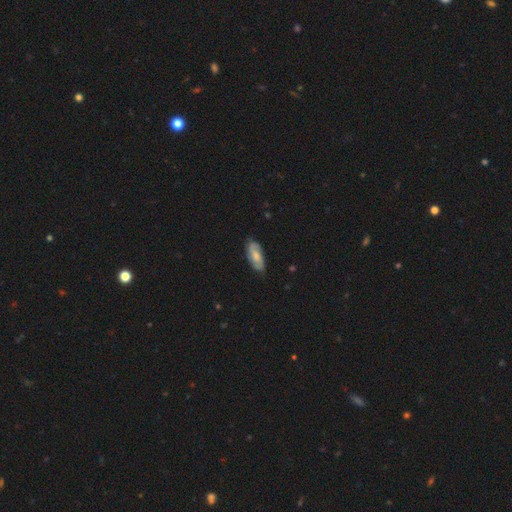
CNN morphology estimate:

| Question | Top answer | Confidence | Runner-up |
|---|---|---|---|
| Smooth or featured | featured or disk | 54% | smooth (40%) |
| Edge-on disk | no | 90% | yes (10%) |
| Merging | none | 80% | minor disturbance (16%) |